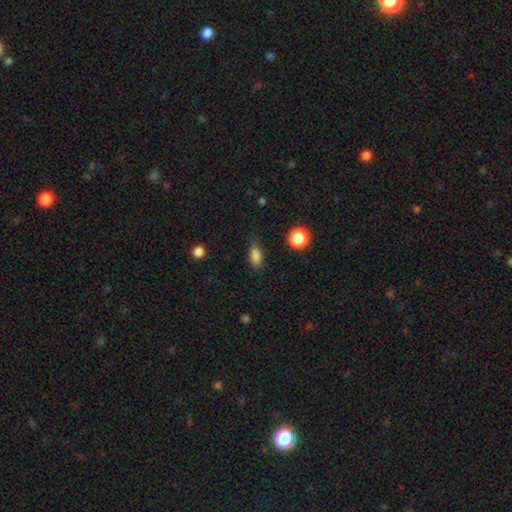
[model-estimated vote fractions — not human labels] smooth 84%, star or artifact 10%, featured or disk 7%. Down the decision tree: how rounded — in between (81%); merging — none (73%).